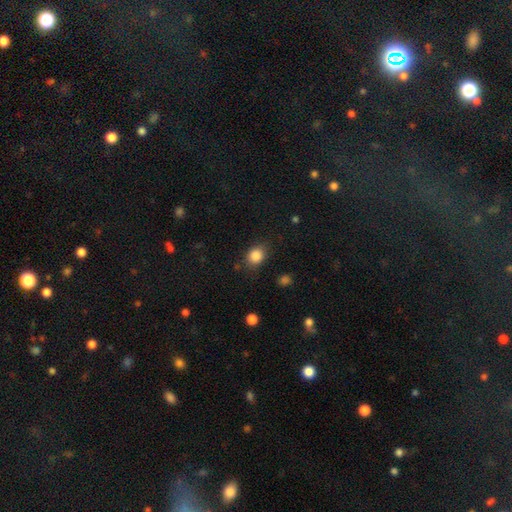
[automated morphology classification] Smooth or featured? smooth (86%)
How rounded? round (57%)
Merging? none (81%)